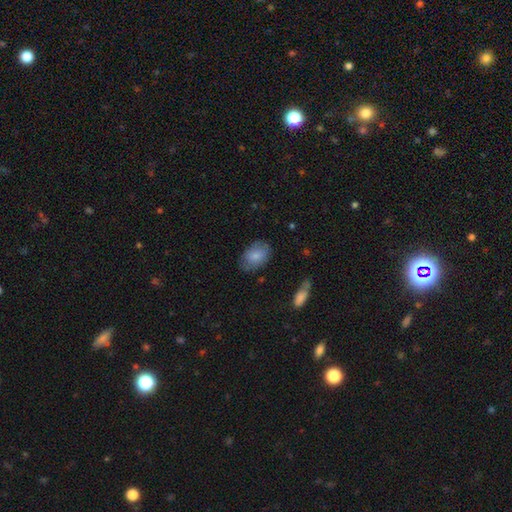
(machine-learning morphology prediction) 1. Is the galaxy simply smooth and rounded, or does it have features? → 81% smooth, 13% featured or disk, 6% star or artifact.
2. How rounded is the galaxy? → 86% in between, 12% round, 1% cigar-shaped.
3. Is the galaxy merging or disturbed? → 74% none, 20% minor disturbance, 5% major disturbance, 2% merger.